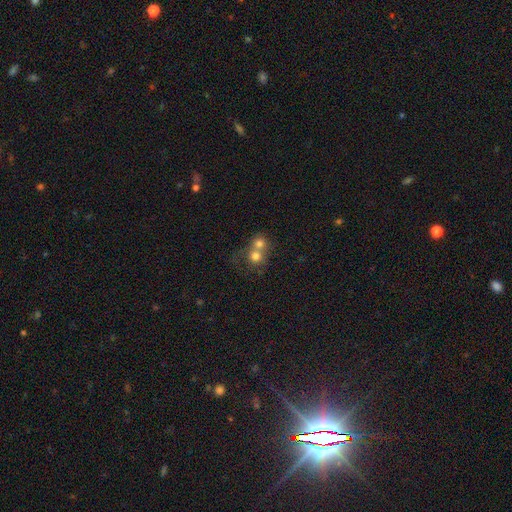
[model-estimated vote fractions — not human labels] The model was most divided on "merging": merger: 64%, none: 29%, minor disturbance: 5%, major disturbance: 3%. More confident: how rounded — round (84%); smooth or featured — smooth (73%).